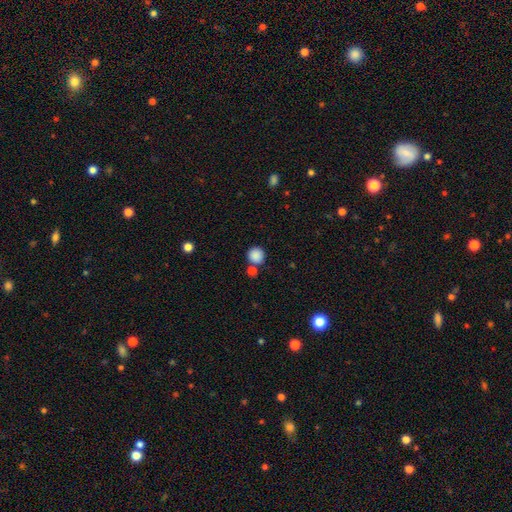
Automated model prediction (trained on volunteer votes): A smooth galaxy with no disk features (87%) that is round (93%).

Vote fractions:
- Smooth or featured? smooth: 87% / star or artifact: 9% / featured or disk: 4%
- How rounded? round: 93% / in between: 6% / cigar-shaped: 1%
- Merging? none: 76% / merger: 12% / minor disturbance: 9% / major disturbance: 3%